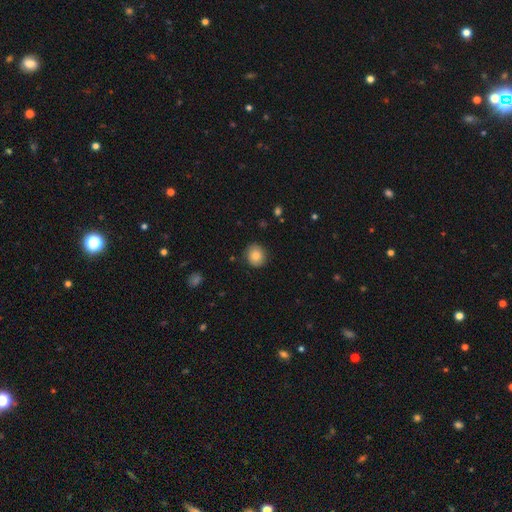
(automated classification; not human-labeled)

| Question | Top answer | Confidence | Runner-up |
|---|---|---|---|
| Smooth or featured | smooth | 84% | star or artifact (9%) |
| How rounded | round | 80% | in between (19%) |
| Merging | none | 87% | minor disturbance (10%) |